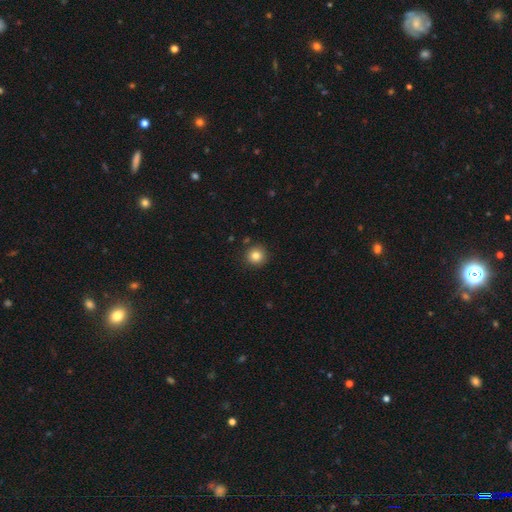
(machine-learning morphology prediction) smooth 83%, star or artifact 11%, featured or disk 6%. Down the decision tree: how rounded — round (94%); merging — none (89%).